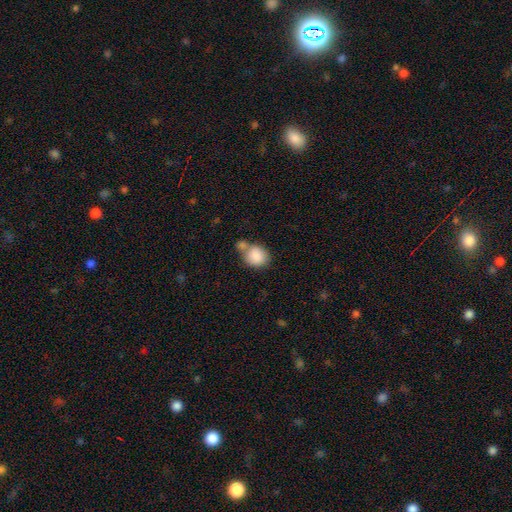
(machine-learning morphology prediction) Smooth or featured: smooth — 86% (star or artifact — 7%)
How rounded: round — 64% (in between — 35%)
Merging: merger — 41% (none — 40%)